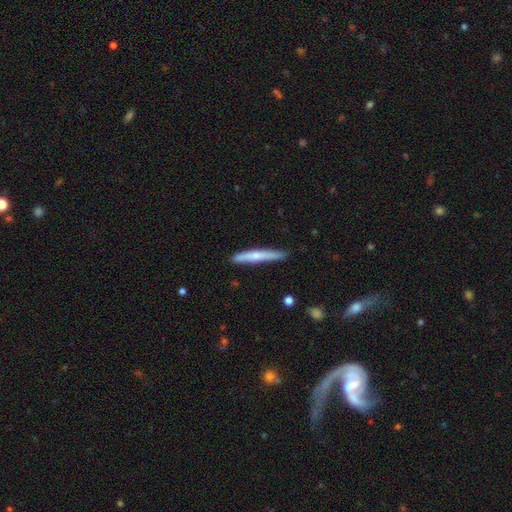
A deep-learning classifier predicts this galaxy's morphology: smooth_or_featured: smooth (p=0.53) [alt: featured or disk p=0.41]
how_rounded: cigar-shaped (p=0.96) [alt: in between p=0.03]
merging: none (p=0.85) [alt: minor disturbance p=0.12]